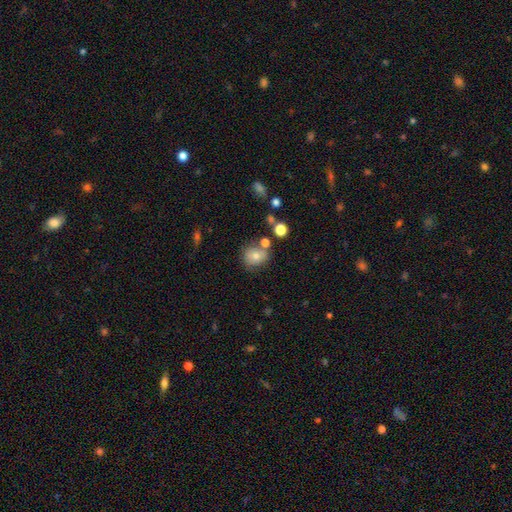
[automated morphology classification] Smooth or featured?
  - smooth: 71% *
  - featured or disk: 18%
  - star or artifact: 12%
How rounded?
  - round: 69% *
  - in between: 30%
  - cigar-shaped: 1%
Merging?
  - none: 62% *
  - minor disturbance: 17%
  - merger: 15%
  - major disturbance: 6%